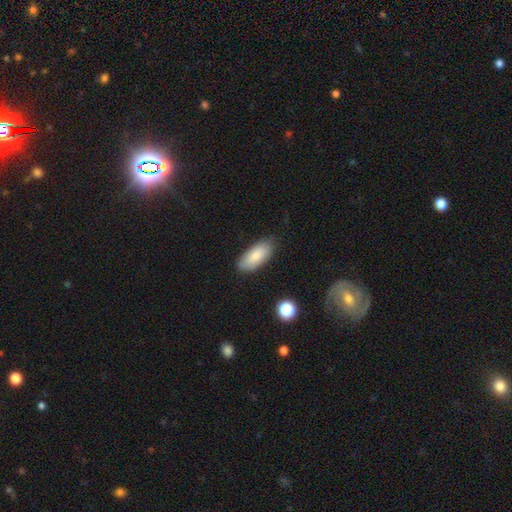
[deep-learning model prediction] Smooth or featured? Predicted: smooth (p=0.82). How rounded? Predicted: in between (p=0.88). Merging? Predicted: none (p=0.80).